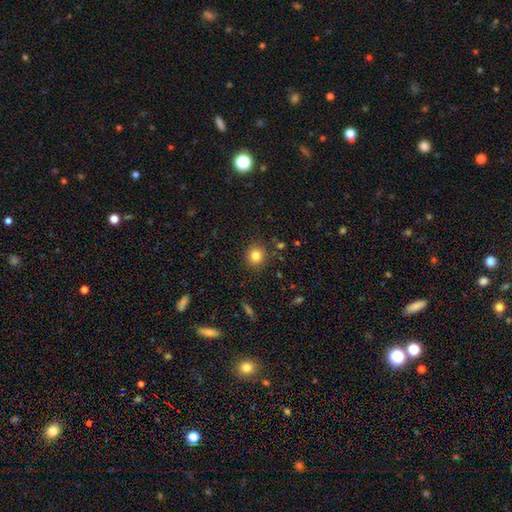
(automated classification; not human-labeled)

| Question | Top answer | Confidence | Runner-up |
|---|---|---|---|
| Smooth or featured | smooth | 82% | star or artifact (12%) |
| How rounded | round | 85% | in between (14%) |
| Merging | none | 87% | minor disturbance (8%) |